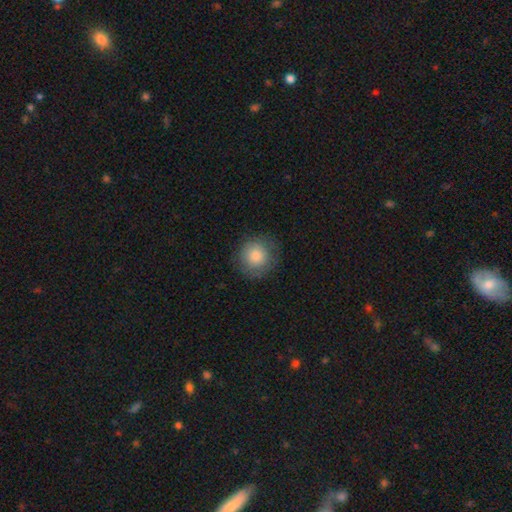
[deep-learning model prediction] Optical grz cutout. It shows a smooth galaxy with no disk features (83%) that is round (92%). Merging: none (84%).